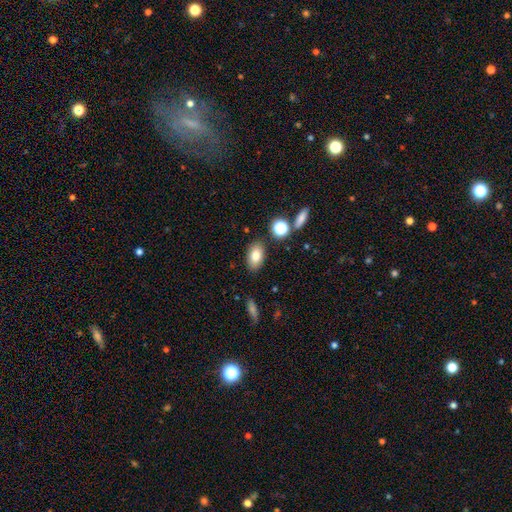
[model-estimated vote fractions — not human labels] Q: Smooth or featured?
A: smooth (80%); runner-up: featured or disk (10%)
Q: How rounded?
A: in between (89%); runner-up: round (9%)
Q: Merging?
A: none (84%); runner-up: minor disturbance (10%)